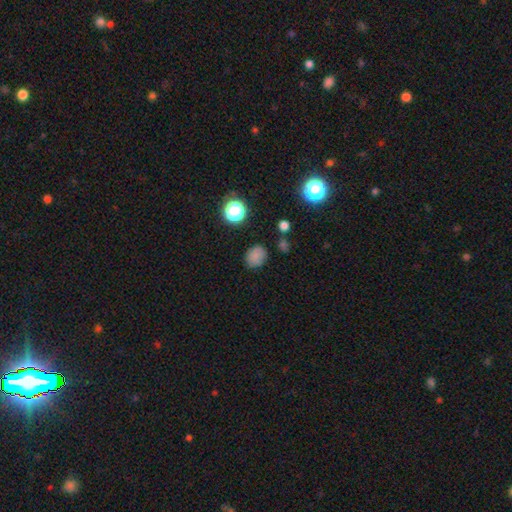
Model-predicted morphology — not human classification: A smooth galaxy with no disk features (79%) that is round (56%). Merging: none (80%).